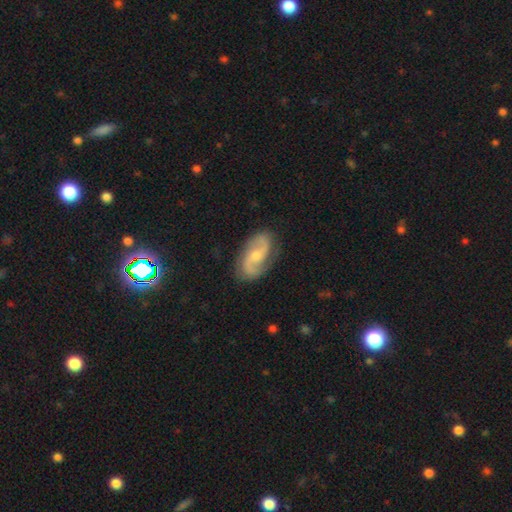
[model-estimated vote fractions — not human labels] Morphology: type=featured or disk (85%); edge-on=no (97%); bar=no (48%); spiral arms=yes (97%); winding=medium (49%); arm count=2 (92%); bulge=moderate (47%); merging=none (82%).